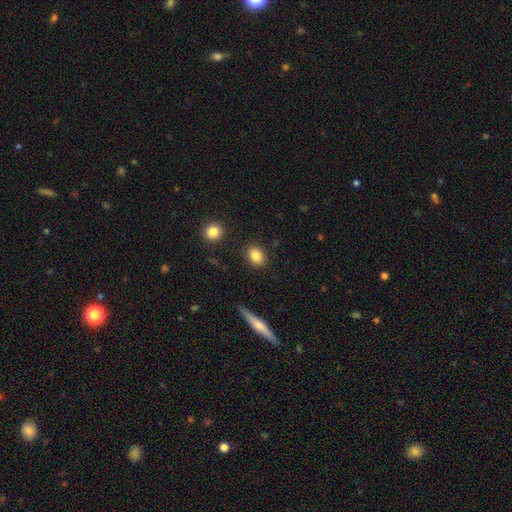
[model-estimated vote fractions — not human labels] Smooth or featured: smooth — 85% (star or artifact — 9%)
How rounded: in between — 62% (round — 36%)
Merging: none — 87% (minor disturbance — 8%)